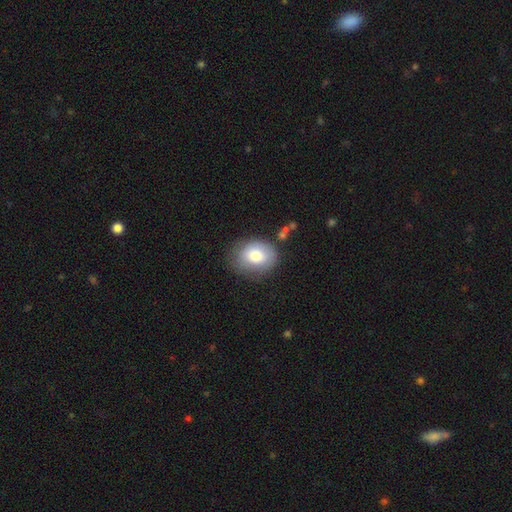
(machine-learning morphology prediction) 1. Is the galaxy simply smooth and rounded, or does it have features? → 76% smooth, 15% featured or disk, 8% star or artifact.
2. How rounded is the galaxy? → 52% in between, 47% round, 1% cigar-shaped.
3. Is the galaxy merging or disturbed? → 72% none, 19% minor disturbance, 6% major disturbance, 3% merger.